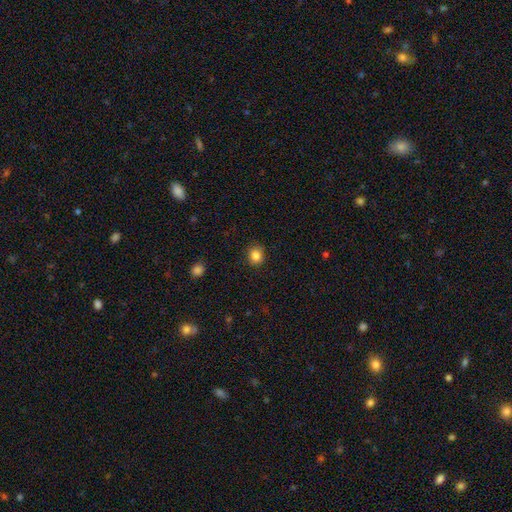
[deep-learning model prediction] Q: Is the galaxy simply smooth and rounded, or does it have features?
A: smooth — 84%.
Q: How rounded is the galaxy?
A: round — 81%.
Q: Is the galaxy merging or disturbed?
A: none — 89%.